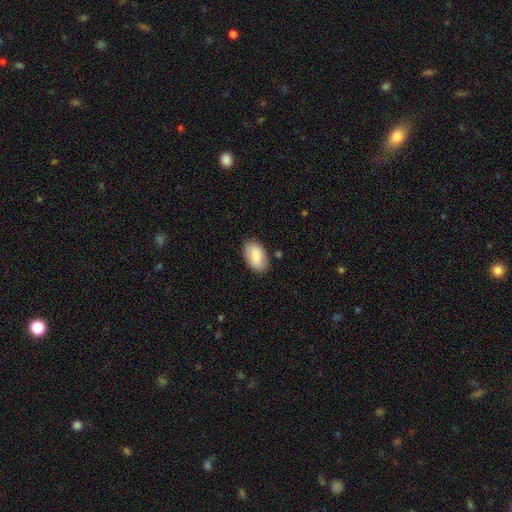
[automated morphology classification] type=smooth (73%); roundness=in between (93%); merging=none (83%).